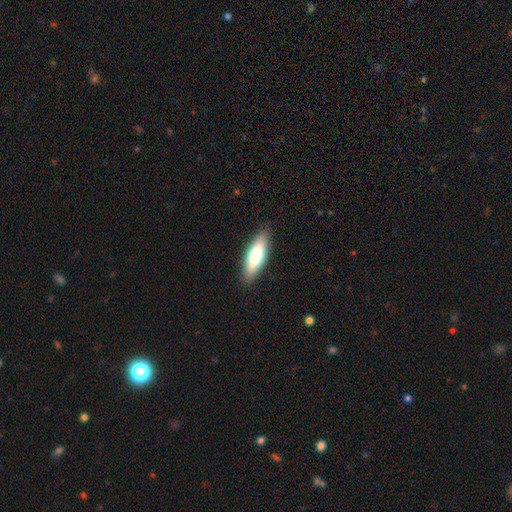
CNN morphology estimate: Smooth or featured?
  - smooth: 68% *
  - featured or disk: 27%
  - star or artifact: 6%
How rounded?
  - in between: 52% *
  - cigar-shaped: 46%
  - round: 2%
Merging?
  - none: 88% *
  - minor disturbance: 9%
  - major disturbance: 2%
  - merger: 1%